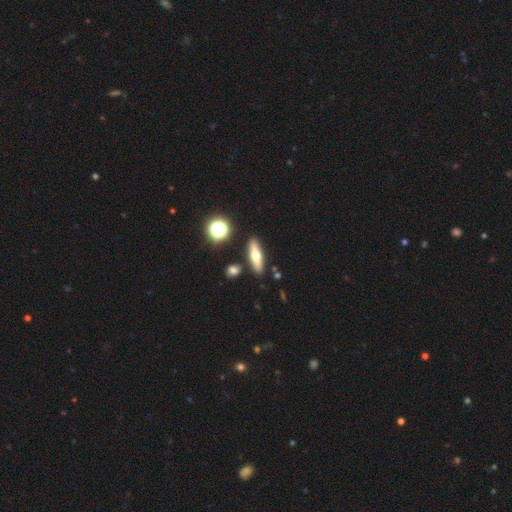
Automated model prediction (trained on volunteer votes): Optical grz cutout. It shows a smooth galaxy with no disk features (46%). Merging: none (86%).